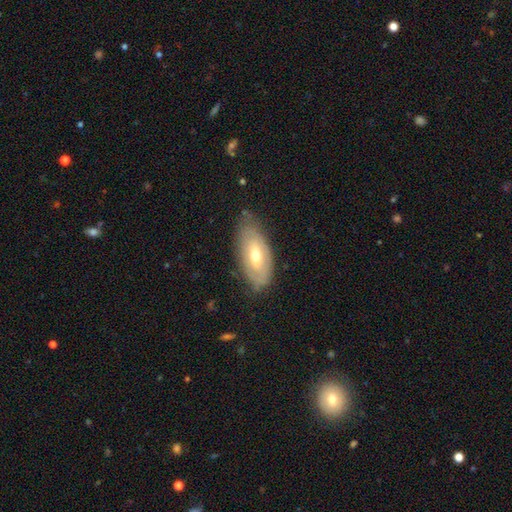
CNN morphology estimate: type=featured or disk (48%); merging=none (69%).